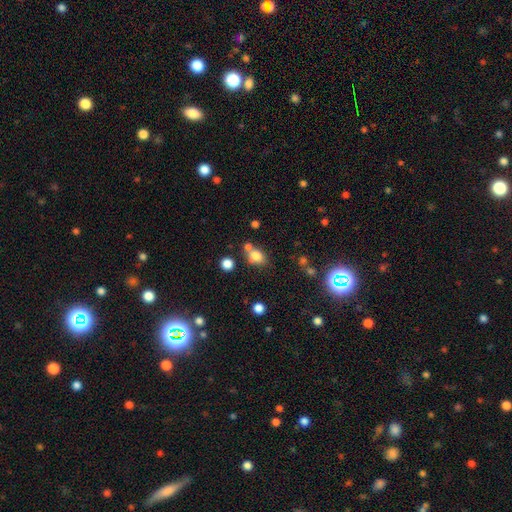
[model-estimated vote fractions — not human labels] This is likely a smooth galaxy (79%). How rounded: possibly in between (58%). Merging: possibly none (56%).